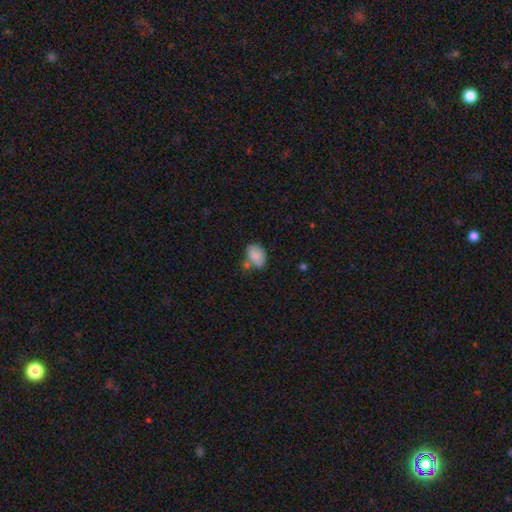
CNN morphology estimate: Overall: smooth (83%). How rounded: in between (82%). Merging: none (49%; minor disturbance 24%).